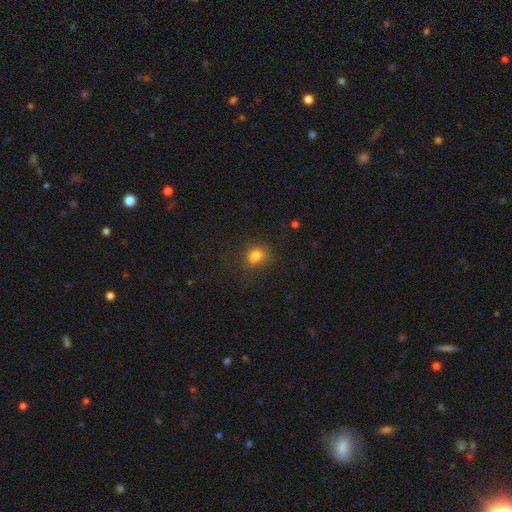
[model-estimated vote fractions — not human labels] Smooth or featured: smooth — 78% (star or artifact — 14%)
How rounded: round — 64% (in between — 35%)
Merging: none — 64% (minor disturbance — 22%)